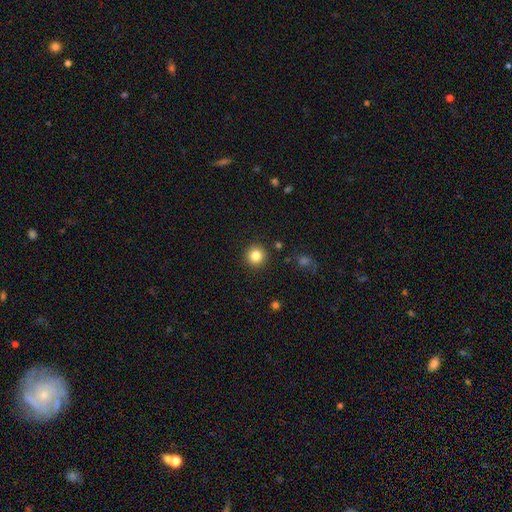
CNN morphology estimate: smooth-or-featured: smooth: 83% | star or artifact: 11% | featured or disk: 6%
  how-rounded: round: 94% | in between: 5% | cigar-shaped: 1%
  merging: none: 91% | minor disturbance: 5% | major disturbance: 2% | merger: 1%